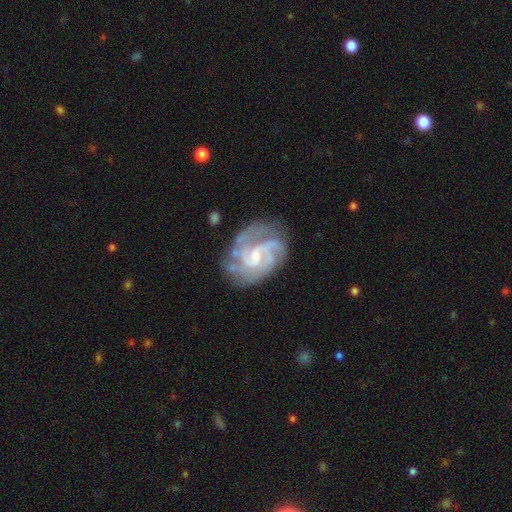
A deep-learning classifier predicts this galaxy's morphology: type=featured or disk (87%); edge-on=no (98%); bar=weak (47%); spiral arms=yes (96%); winding=medium (45%); arm count=3 (34%); bulge=small (60%); merging=none (67%).